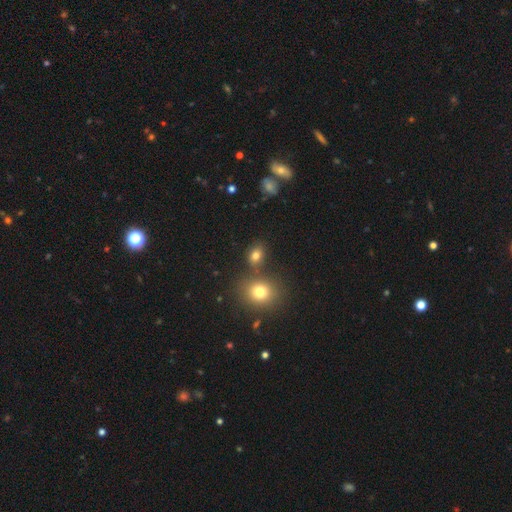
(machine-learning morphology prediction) Smooth or featured? Predicted: smooth (p=0.77). How rounded? Predicted: in between (p=0.54). Merging? Predicted: none (p=0.72).